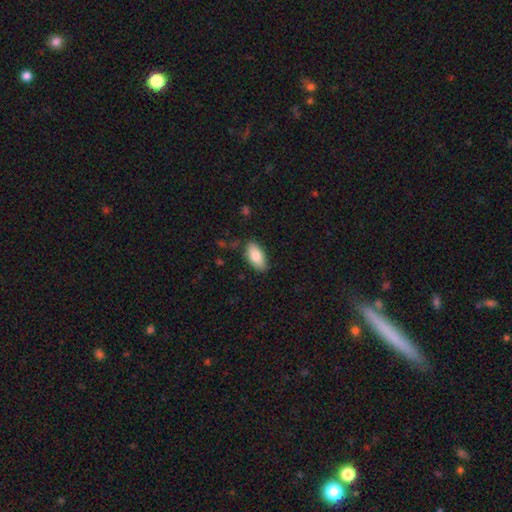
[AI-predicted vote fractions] Smooth or featured? Predicted: smooth (p=0.82). How rounded? Predicted: in between (p=0.90). Merging? Predicted: none (p=0.79).